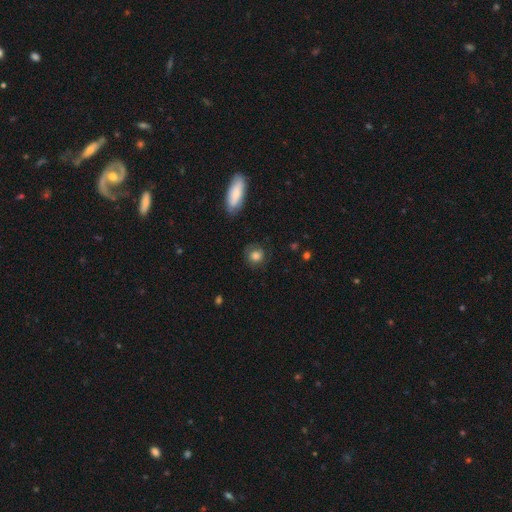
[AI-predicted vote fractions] Smooth or featured?
  - smooth: 77% *
  - featured or disk: 13%
  - star or artifact: 10%
How rounded?
  - round: 80% *
  - in between: 19%
  - cigar-shaped: 1%
Merging?
  - none: 73% *
  - minor disturbance: 18%
  - major disturbance: 8%
  - merger: 2%